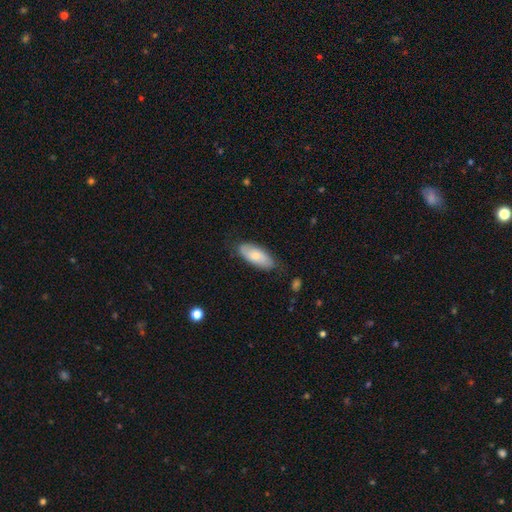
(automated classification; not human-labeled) A smooth galaxy with no disk features (71%) that is in between round and cigar-shaped (83%). Merging: none (73%).